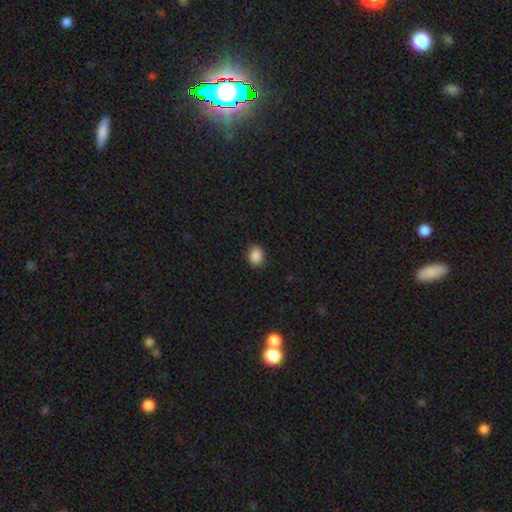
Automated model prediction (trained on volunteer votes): Smooth or featured? Predicted: smooth (p=0.88). How rounded? Predicted: round (p=0.53). Merging? Predicted: none (p=0.88).